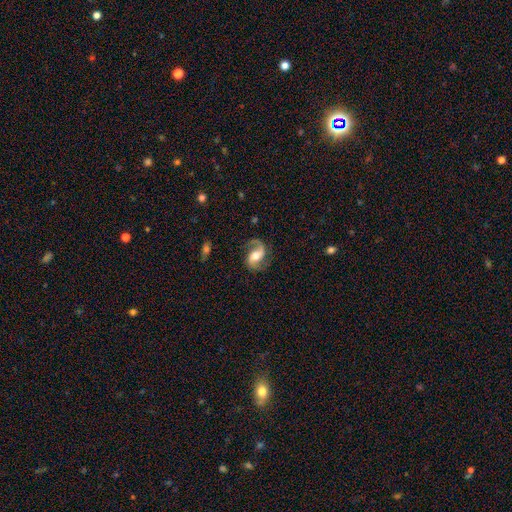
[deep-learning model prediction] Smooth or featured? Predicted: featured or disk (p=0.84). Edge-on disk? Predicted: no (p=0.97). Bar? Predicted: weak (p=0.42). Spiral arms? Predicted: yes (p=0.96). Spiral winding? Predicted: medium (p=0.47). Spiral arm count? Predicted: 2 (p=0.80). Bulge size? Predicted: moderate (p=0.54). Merging? Predicted: none (p=0.71).